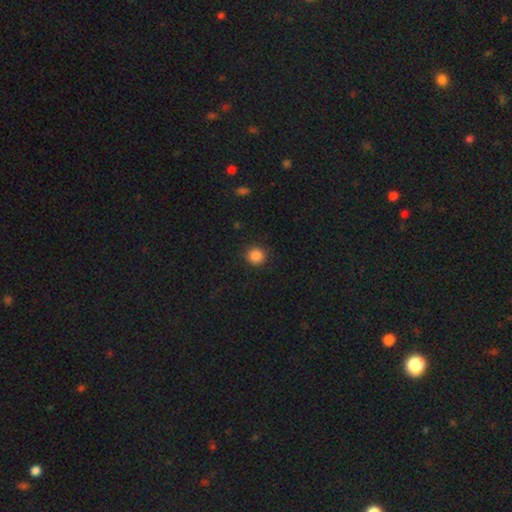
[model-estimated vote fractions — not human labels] smooth_or_featured: smooth (p=0.86) [alt: star or artifact p=0.11]
how_rounded: round (p=0.92) [alt: in between p=0.07]
merging: none (p=0.90) [alt: minor disturbance p=0.07]